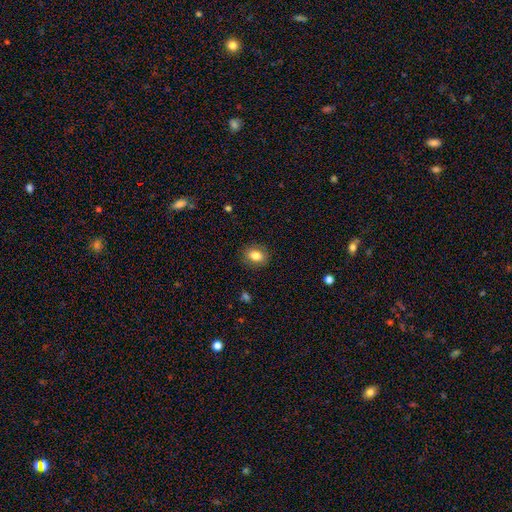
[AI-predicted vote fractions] Smooth or featured? smooth (81%)
How rounded? in between (55%)
Merging? none (87%)